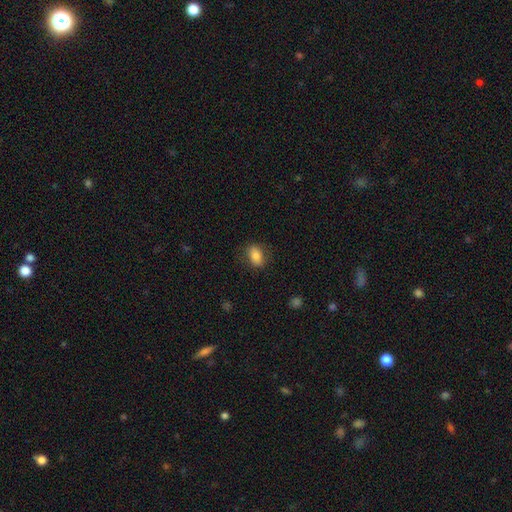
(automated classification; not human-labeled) A smooth galaxy with no disk features (83%) that is in between round and cigar-shaped (84%). Merging: none (80%).